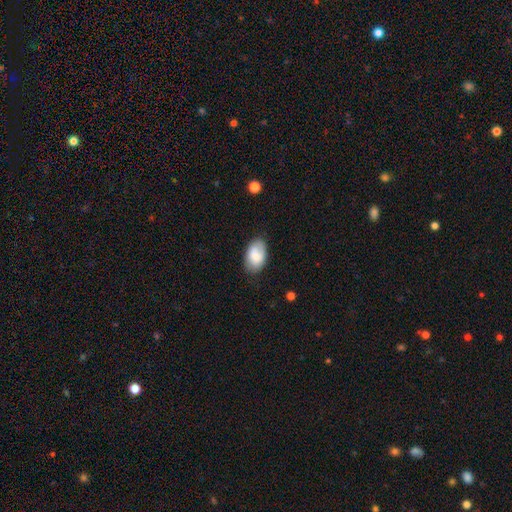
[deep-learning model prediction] smooth-or-featured: smooth: 79% | featured or disk: 14% | star or artifact: 7%
  how-rounded: in between: 93% | round: 6% | cigar-shaped: 1%
  merging: none: 75% | minor disturbance: 19% | major disturbance: 4% | merger: 2%